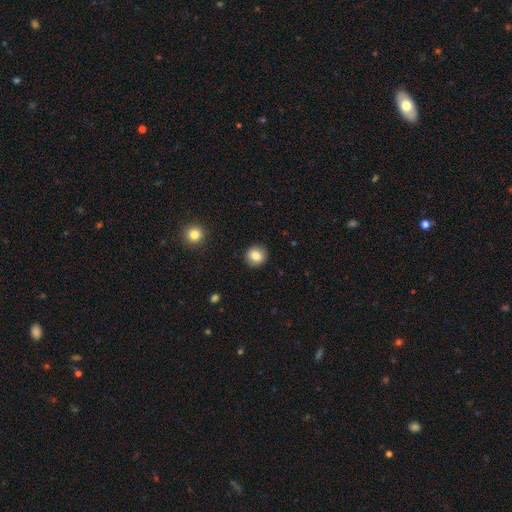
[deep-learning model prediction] smooth 83%, star or artifact 9%, featured or disk 7%. Down the decision tree: how rounded — round (87%); merging — none (91%).